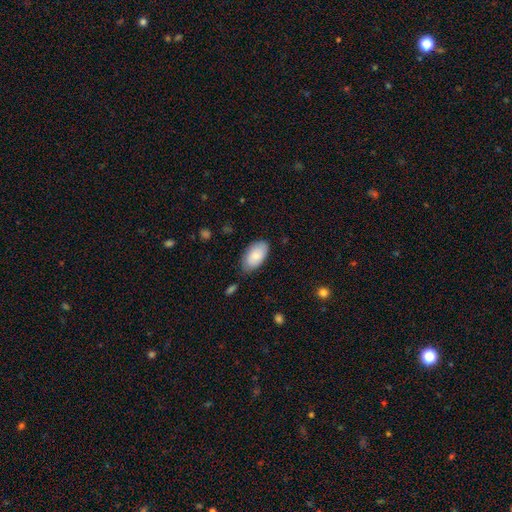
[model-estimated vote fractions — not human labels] Overall: smooth (82%). How rounded: in between (95%). Merging: none (73%).